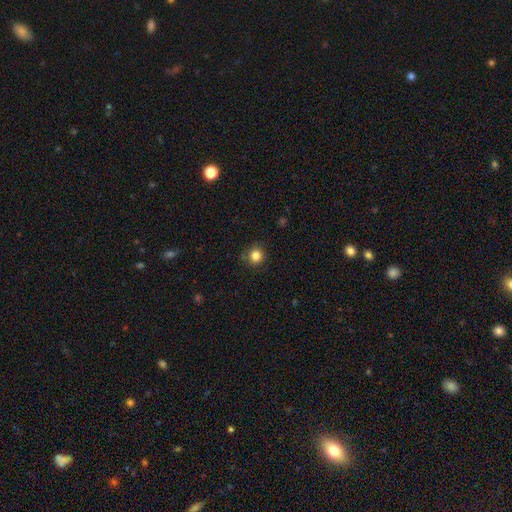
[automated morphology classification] Smooth or featured? Predicted: smooth (p=0.84). How rounded? Predicted: round (p=0.89). Merging? Predicted: none (p=0.86).